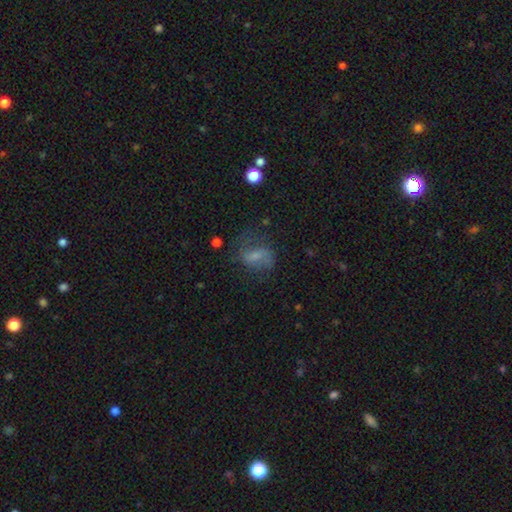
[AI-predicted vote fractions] The model was most divided on "smooth or featured": smooth: 47%, featured or disk: 39%, star or artifact: 13%. Remaining: merging — none (49%).